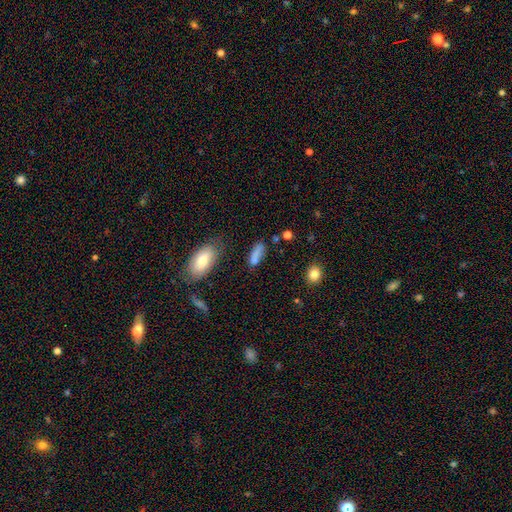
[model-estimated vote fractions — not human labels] smooth_or_featured: smooth (p=0.76) [alt: featured or disk p=0.13]
how_rounded: in between (p=0.61) [alt: cigar-shaped p=0.34]
merging: none (p=0.54) [alt: minor disturbance p=0.23]